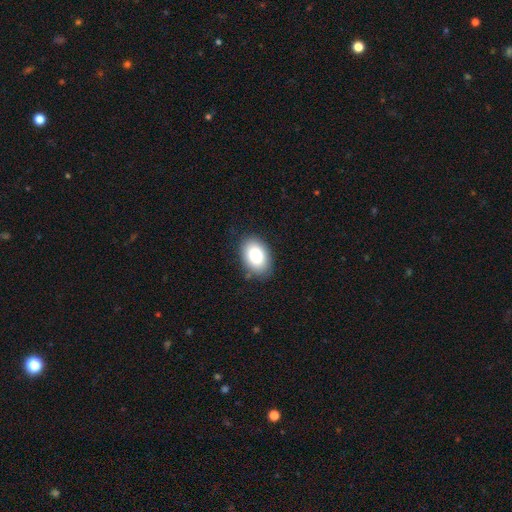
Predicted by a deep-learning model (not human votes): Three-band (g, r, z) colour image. It shows a smooth galaxy with no disk features (85%) that is in between round and cigar-shaped (88%). Merging: none (84%).